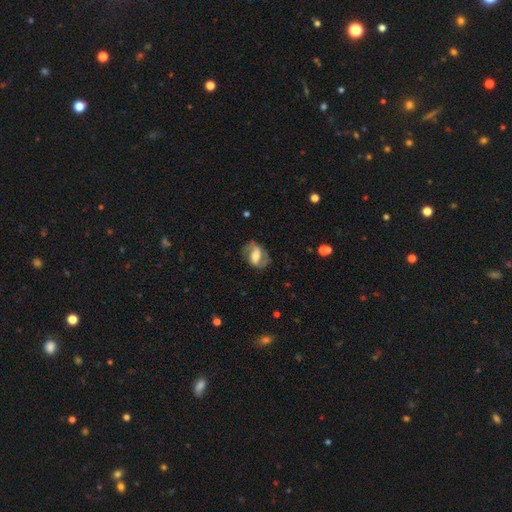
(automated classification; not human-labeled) Q: Smooth or featured?
A: featured or disk (67%); runner-up: smooth (26%)
Q: Edge-on disk?
A: no (95%); runner-up: yes (5%)
Q: Bar?
A: strong (45%); runner-up: weak (36%)
Q: Spiral arms?
A: yes (80%); runner-up: no (20%)
Q: Spiral winding?
A: medium (47%); runner-up: loose (31%)
Q: Spiral arm count?
A: 2 (85%); runner-up: can't tell (8%)
Q: Bulge size?
A: moderate (42%); runner-up: large (25%)
Q: Merging?
A: none (70%); runner-up: minor disturbance (18%)